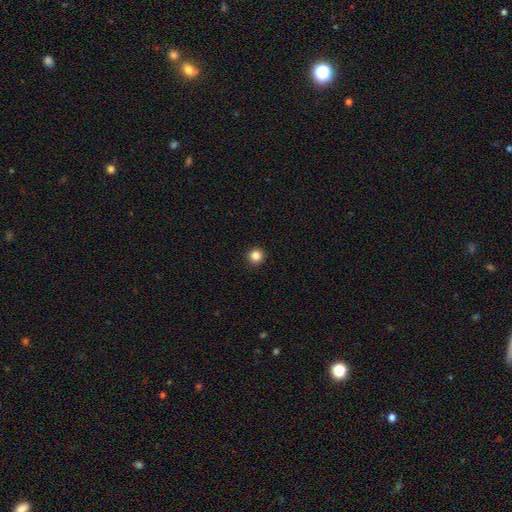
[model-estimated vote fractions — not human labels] Smooth or featured? smooth (84%)
How rounded? round (96%)
Merging? none (94%)